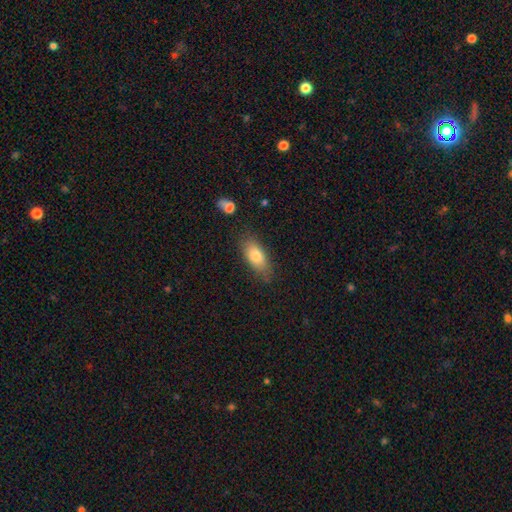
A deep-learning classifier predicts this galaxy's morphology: Overall: smooth (79%). How rounded: in between (85%). Merging: none (73%).